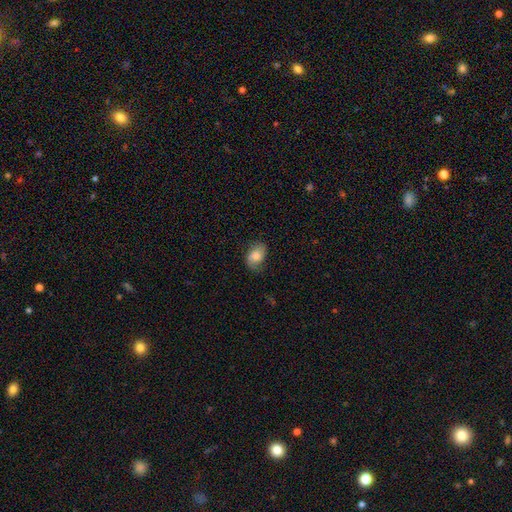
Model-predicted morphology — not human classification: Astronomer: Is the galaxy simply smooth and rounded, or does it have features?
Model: smooth — 70%.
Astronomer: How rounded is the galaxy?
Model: in between — 78%.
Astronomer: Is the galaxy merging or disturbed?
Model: none — 69%.